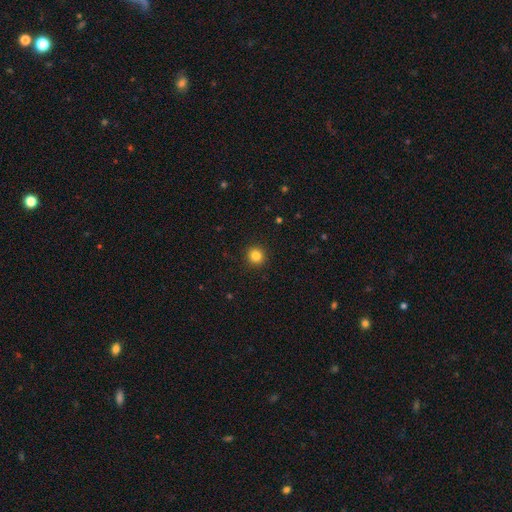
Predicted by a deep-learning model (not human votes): This appears to be a smooth galaxy with no disk features (84%) that is round (94%). Merging: none (93%).